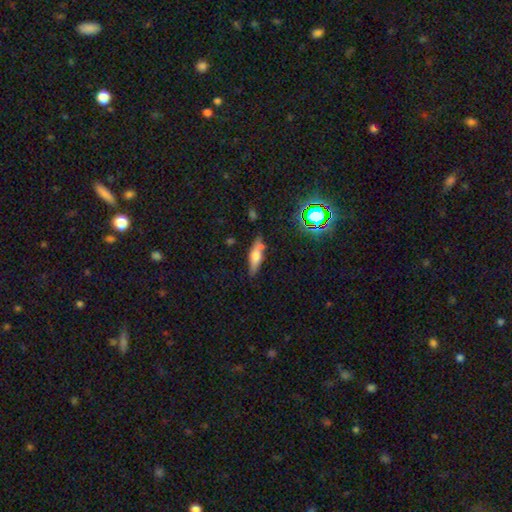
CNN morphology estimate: Q: Smooth or featured?
A: smooth (52%); runner-up: featured or disk (36%)
Q: How rounded?
A: cigar-shaped (57%); runner-up: in between (40%)
Q: Merging?
A: none (69%); runner-up: minor disturbance (19%)